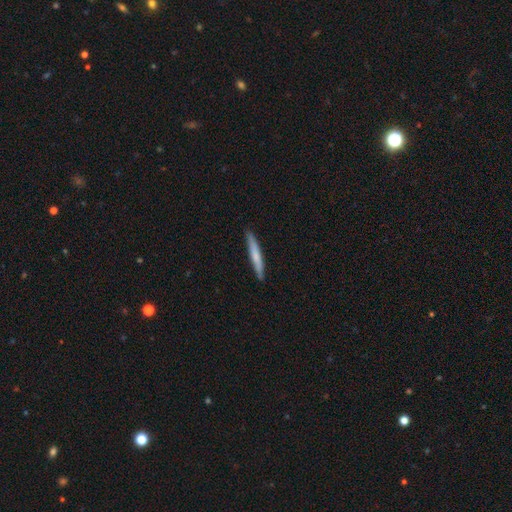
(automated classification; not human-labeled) smooth 64%, featured or disk 31%, star or artifact 5%. Down the decision tree: how rounded — cigar-shaped (96%); merging — none (90%).